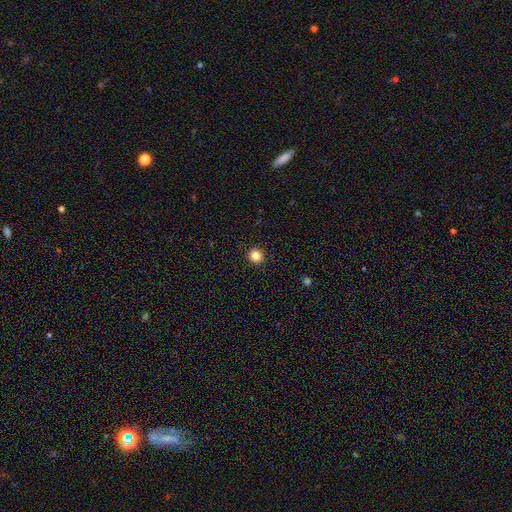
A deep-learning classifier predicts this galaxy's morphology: This appears to be a smooth galaxy with no disk features (85%) that is round (95%). Merging: none (93%).